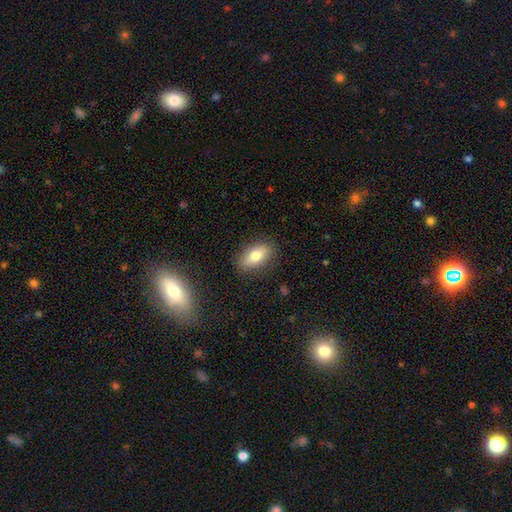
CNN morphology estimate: type=smooth (74%); roundness=in between (86%); merging=none (86%).